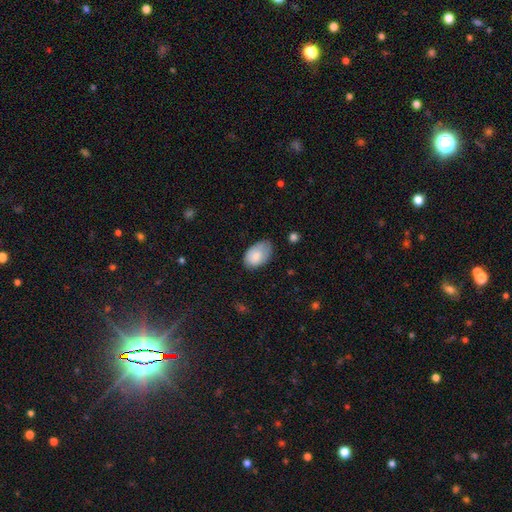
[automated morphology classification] type=smooth (81%); roundness=in between (92%); merging=none (58%).